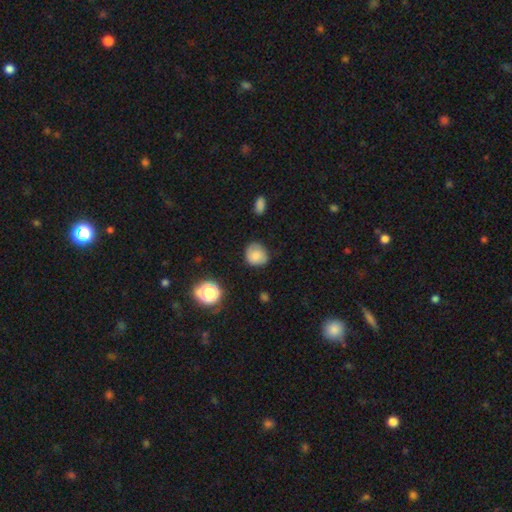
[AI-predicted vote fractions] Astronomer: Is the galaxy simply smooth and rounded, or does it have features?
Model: smooth — 77%.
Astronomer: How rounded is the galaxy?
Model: round — 78%.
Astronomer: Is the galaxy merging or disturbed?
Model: none — 71%.